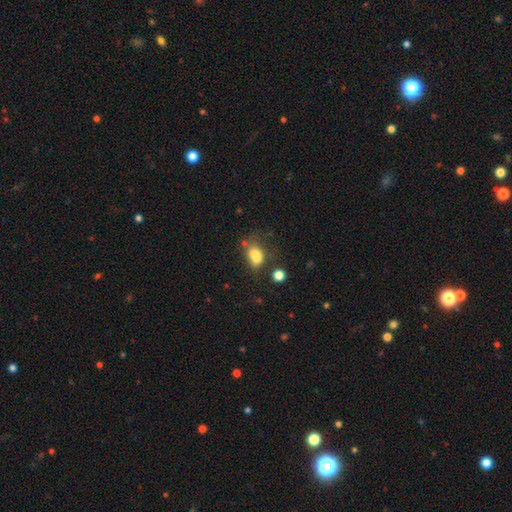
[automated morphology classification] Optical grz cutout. It shows a smooth galaxy with no disk features (79%) that is in between round and cigar-shaped (78%). Merging: none (43%).